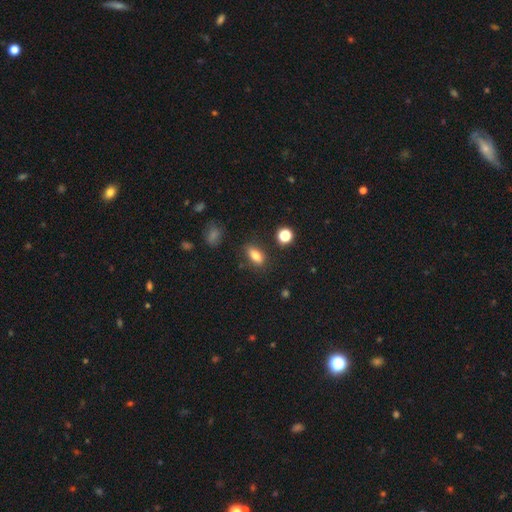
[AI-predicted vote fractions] A smooth galaxy with no disk features (79%) that is in between round and cigar-shaped (81%). Merging: none (82%).